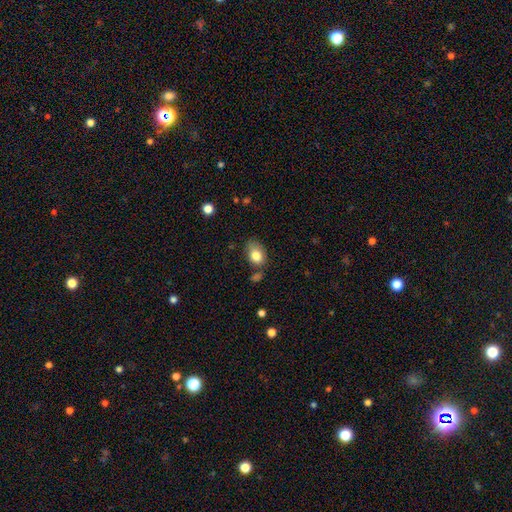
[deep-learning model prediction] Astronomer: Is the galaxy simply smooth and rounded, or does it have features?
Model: smooth — 82%.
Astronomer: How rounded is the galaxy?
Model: in between — 78%.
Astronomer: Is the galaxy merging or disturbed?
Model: none — 56%.